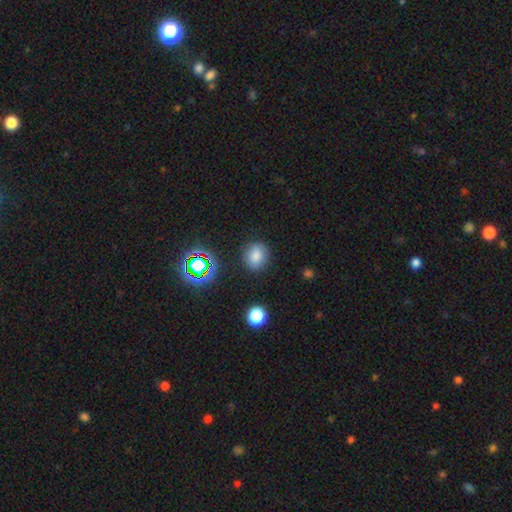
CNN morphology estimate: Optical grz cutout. It shows a smooth galaxy with no disk features (77%) that is round (63%). Merging: none (84%).